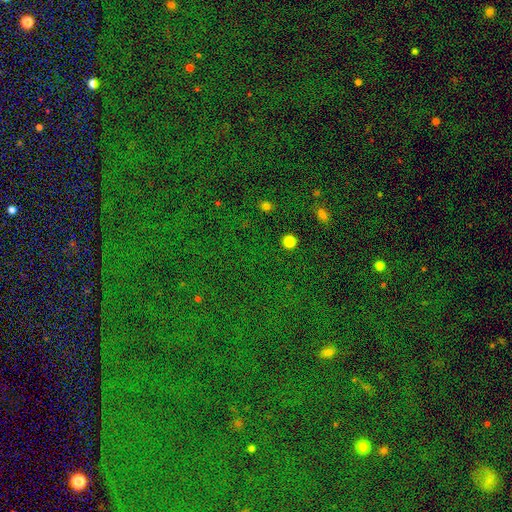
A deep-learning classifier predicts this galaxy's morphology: This appears to be a star or artifact, not a galaxy (82%).